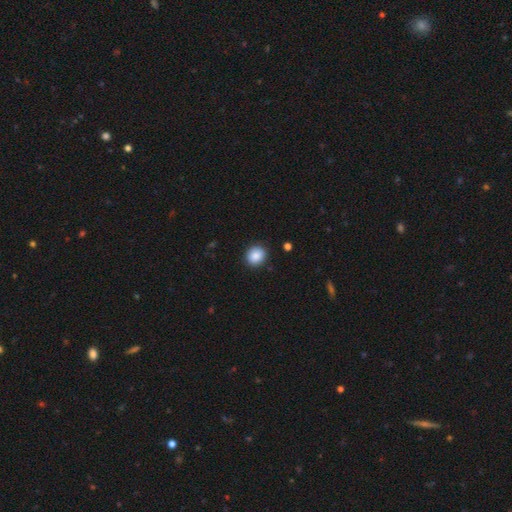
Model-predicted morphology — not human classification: Overall: smooth (88%). How rounded: round (75%). Merging: none (89%).